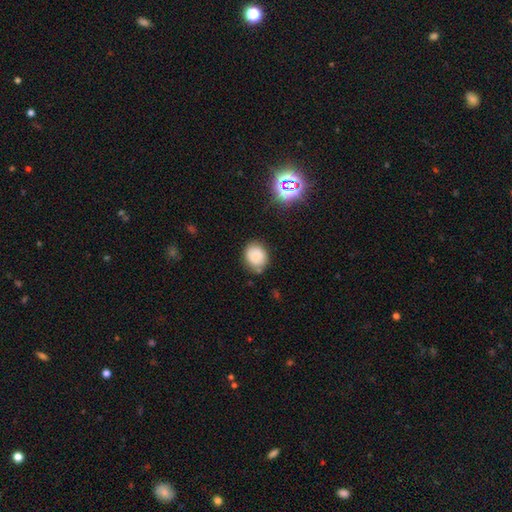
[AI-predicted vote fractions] Overall: smooth (79%). How rounded: round (62%; in between 37%). Merging: none (73%).